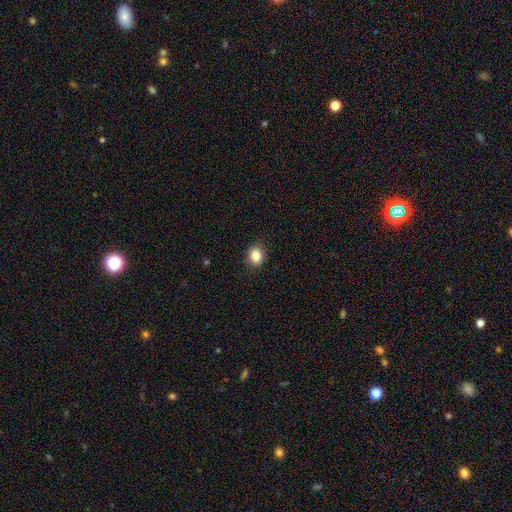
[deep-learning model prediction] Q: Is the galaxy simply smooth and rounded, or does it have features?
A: smooth — 85%.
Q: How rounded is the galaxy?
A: round — 56%.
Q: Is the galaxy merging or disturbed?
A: none — 86%.